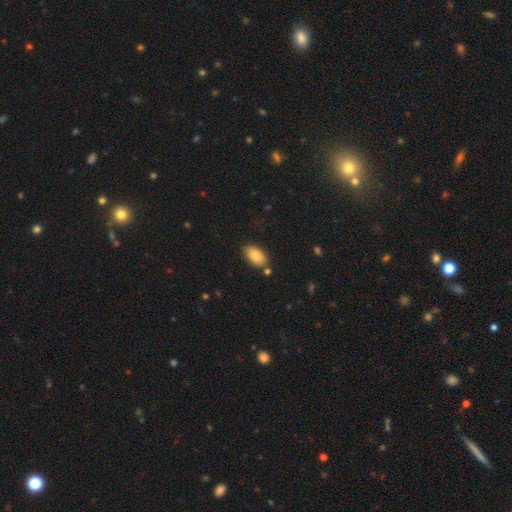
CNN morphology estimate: smooth 84%, featured or disk 9%, star or artifact 8%. Down the decision tree: how rounded — in between (94%); merging — none (80%).